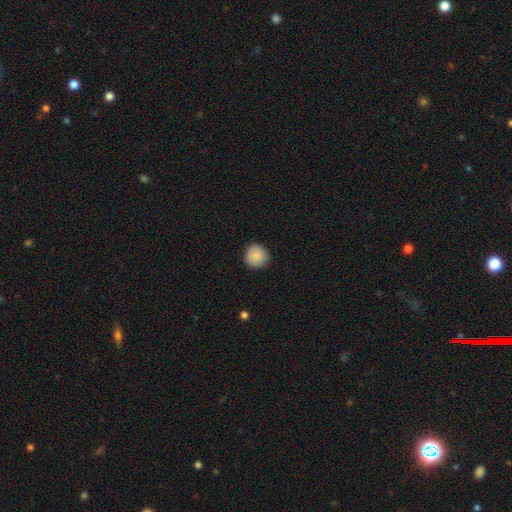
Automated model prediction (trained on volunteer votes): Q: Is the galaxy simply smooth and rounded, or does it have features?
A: smooth — 87%.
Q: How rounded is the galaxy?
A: round — 93%.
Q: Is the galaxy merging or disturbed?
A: none — 88%.